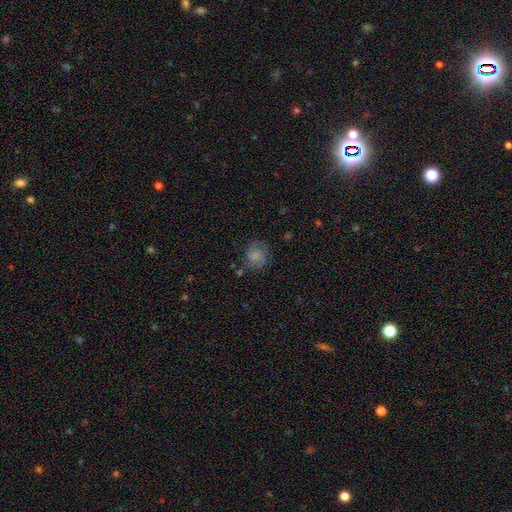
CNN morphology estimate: Q: Smooth or featured?
A: smooth (71%); runner-up: featured or disk (20%)
Q: How rounded?
A: round (78%); runner-up: in between (21%)
Q: Merging?
A: none (71%); runner-up: minor disturbance (19%)